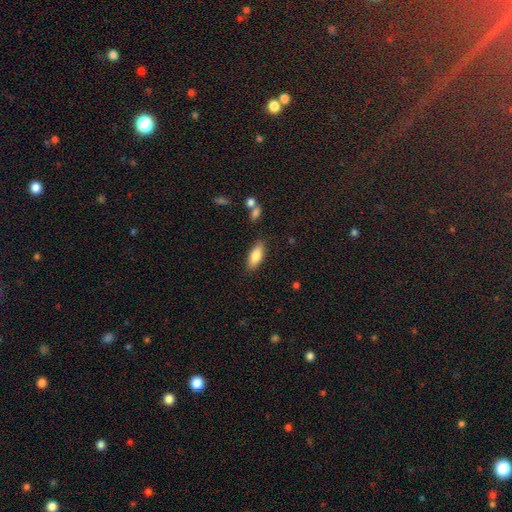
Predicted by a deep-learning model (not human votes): Smooth or featured: smooth — 82% (featured or disk — 11%)
How rounded: in between — 78% (cigar-shaped — 20%)
Merging: none — 83% (minor disturbance — 12%)